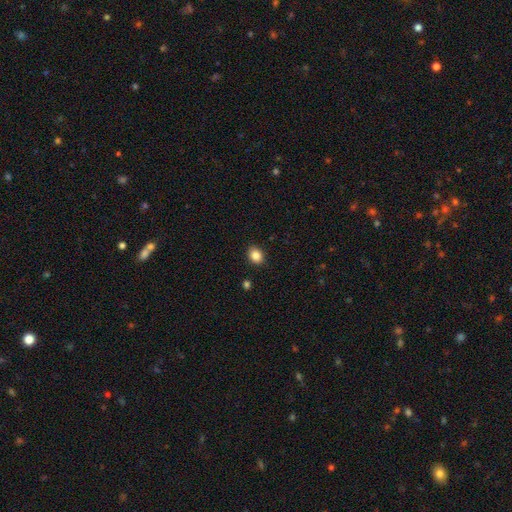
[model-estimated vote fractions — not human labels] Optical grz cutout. It shows a smooth galaxy with no disk features (85%) that is in between round and cigar-shaped (54%). Merging: none (89%).